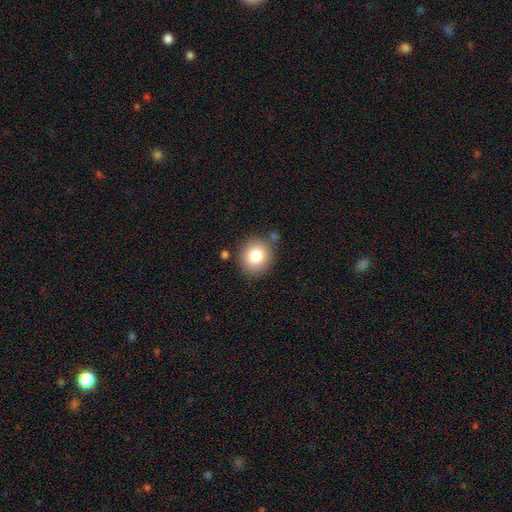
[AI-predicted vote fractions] A smooth galaxy with no disk features (82%) that is round (83%). Merging: none (79%).